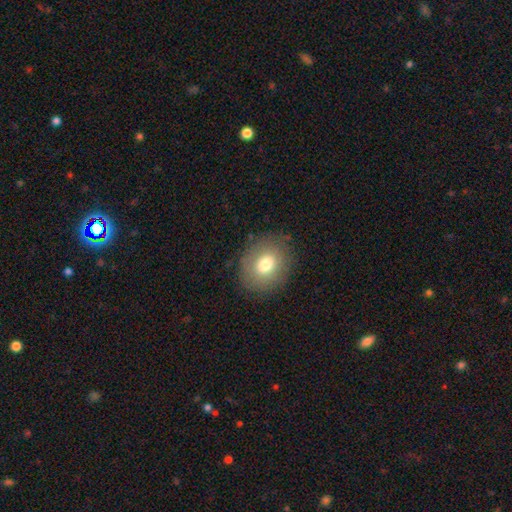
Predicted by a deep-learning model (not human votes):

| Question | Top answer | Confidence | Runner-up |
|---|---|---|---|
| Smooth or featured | smooth | 73% | featured or disk (14%) |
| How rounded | round | 61% | in between (38%) |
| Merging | none | 88% | minor disturbance (8%) |